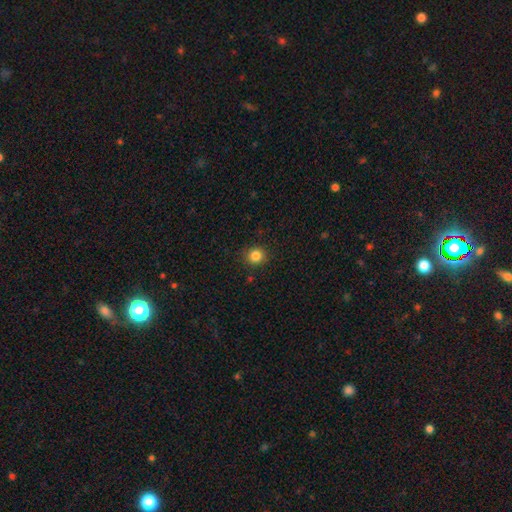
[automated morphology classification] type=smooth (84%); roundness=round (90%); merging=none (90%).